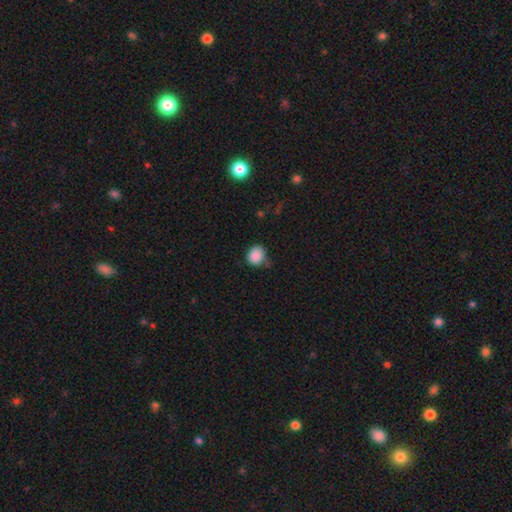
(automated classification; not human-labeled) Smooth or featured? Predicted: smooth (p=0.87). How rounded? Predicted: round (p=0.76). Merging? Predicted: none (p=0.66).